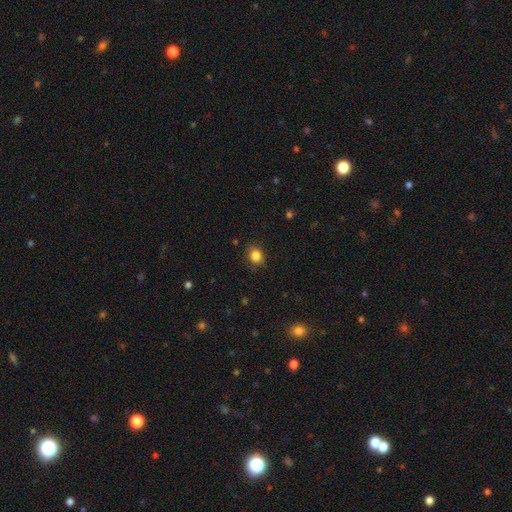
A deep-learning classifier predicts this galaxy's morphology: Overall: smooth (84%). How rounded: round (64%; in between 35%). Merging: none (81%).